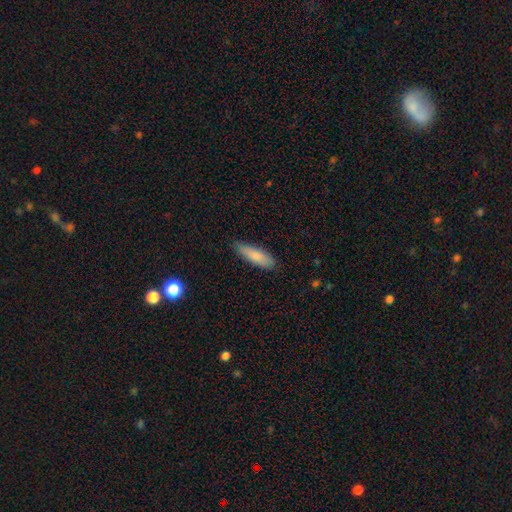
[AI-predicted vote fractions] Smooth or featured?
  - smooth: 82% *
  - featured or disk: 11%
  - star or artifact: 6%
How rounded?
  - cigar-shaped: 60% *
  - in between: 38%
  - round: 2%
Merging?
  - none: 83% *
  - minor disturbance: 14%
  - major disturbance: 2%
  - merger: 1%